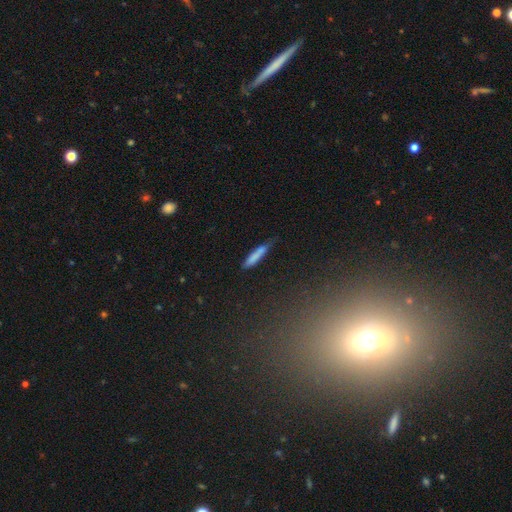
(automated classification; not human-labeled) Overall: smooth (76%). How rounded: cigar-shaped (90%). Merging: none (63%; minor disturbance 27%).